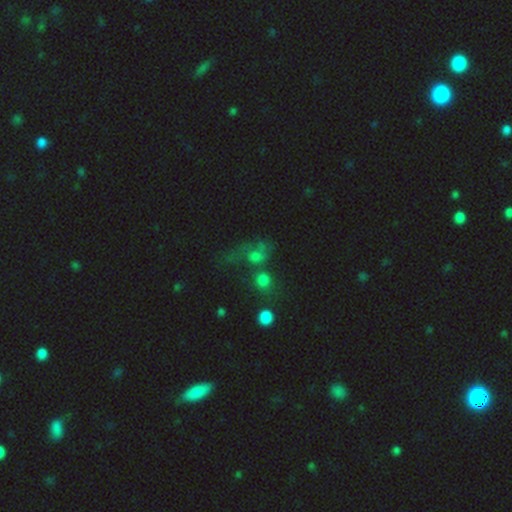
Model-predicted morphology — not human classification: smooth_or_featured: smooth (p=0.49) [alt: featured or disk p=0.26]
merging: none (p=0.30) [alt: major disturbance p=0.29]